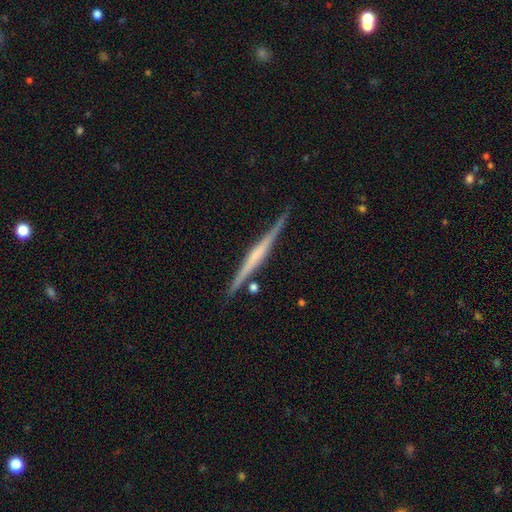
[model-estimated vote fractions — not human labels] smooth_or_featured: featured or disk (p=0.74) [alt: smooth p=0.21]
disk_edge_on: yes (p=0.98) [alt: no p=0.02]
edge_on_bulge: none (p=0.47) [alt: rounded p=0.34]
merging: none (p=0.85) [alt: minor disturbance p=0.10]